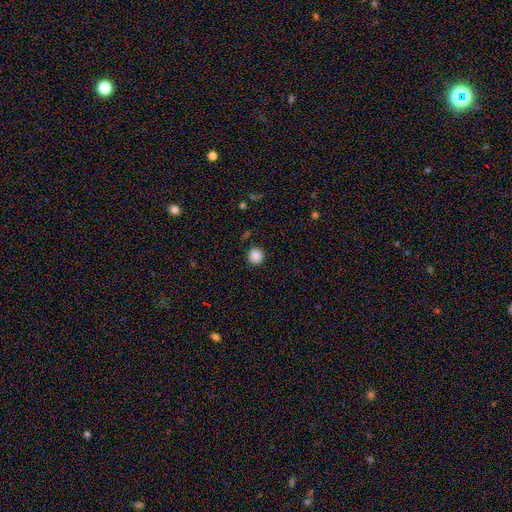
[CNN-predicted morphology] Overall: smooth (87%). How rounded: round (91%). Merging: none (89%).